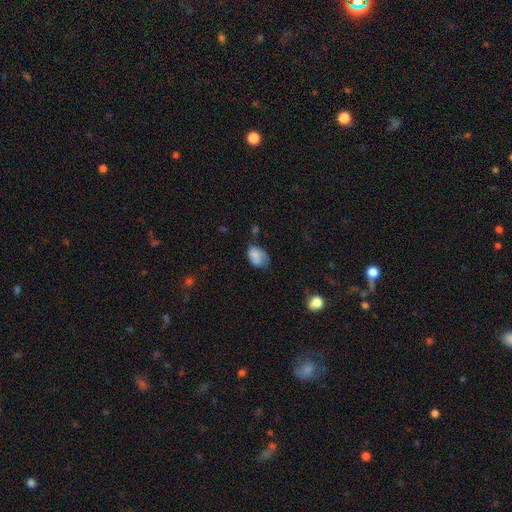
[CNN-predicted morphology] Overall: smooth (79%). How rounded: in between (83%). Merging: none (45%; minor disturbance 38%).